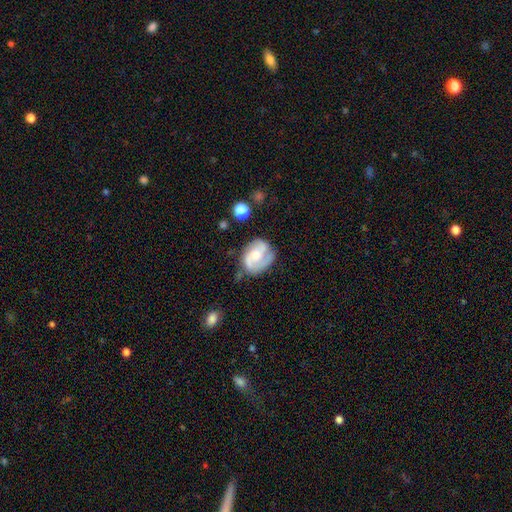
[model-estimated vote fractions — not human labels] Smooth or featured? featured or disk (71%)
Edge-on disk? no (98%)
Bar? no (55%)
Spiral arms? yes (91%)
Spiral winding? medium (47%)
Spiral arm count? 2 (67%)
Bulge size? moderate (46%)
Merging? none (61%)